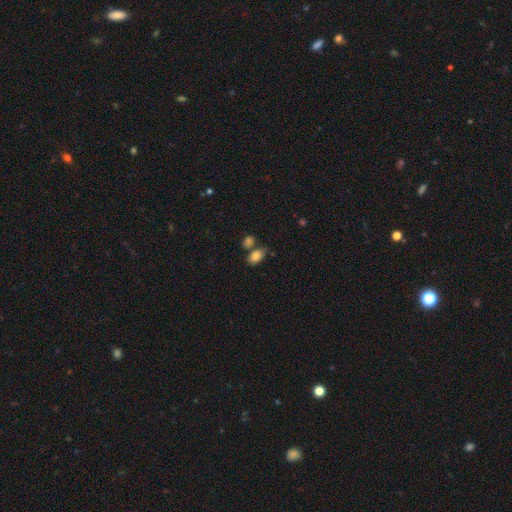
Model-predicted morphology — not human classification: Overall: smooth (84%). How rounded: in between (87%). Merging: none (53%; merger 27%).